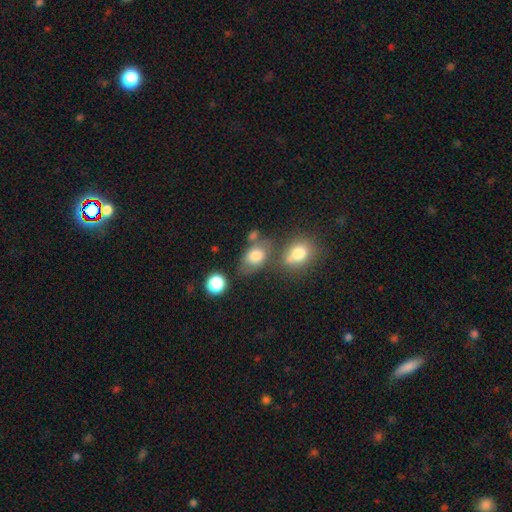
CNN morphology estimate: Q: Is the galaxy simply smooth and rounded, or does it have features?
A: smooth — 77%.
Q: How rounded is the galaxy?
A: in between — 77%.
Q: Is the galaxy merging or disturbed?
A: none — 50%.